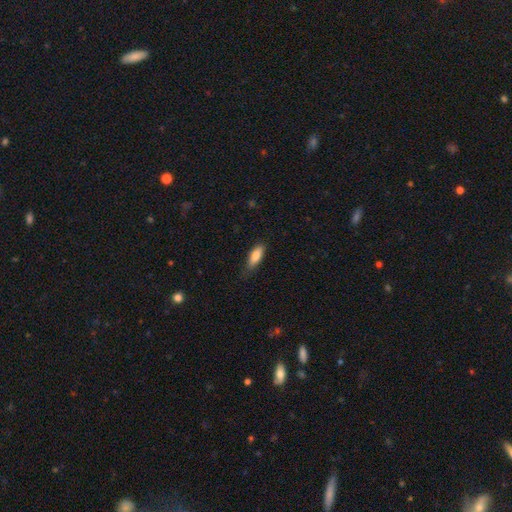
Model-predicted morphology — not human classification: The model was most divided on "how rounded": in between: 66%, cigar-shaped: 32%, round: 2%. More confident: smooth or featured — smooth (82%); merging — none (73%).